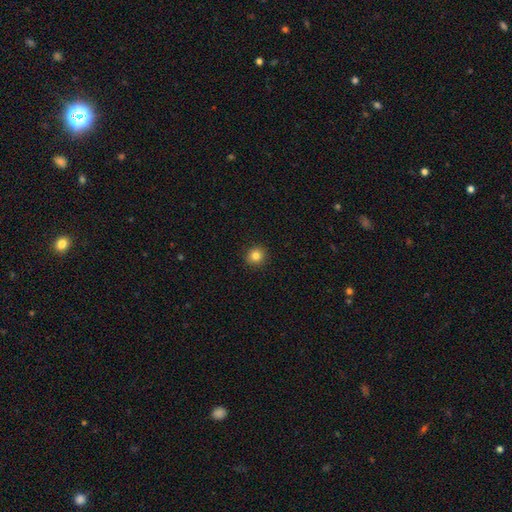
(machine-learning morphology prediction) smooth_or_featured: smooth (p=0.83) [alt: star or artifact p=0.11]
how_rounded: round (p=0.90) [alt: in between p=0.09]
merging: none (p=0.93) [alt: minor disturbance p=0.05]